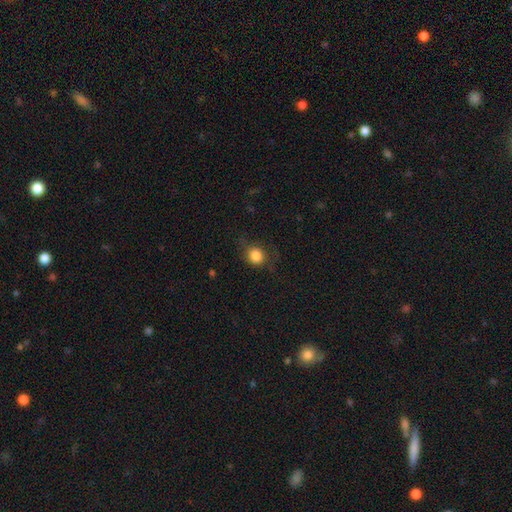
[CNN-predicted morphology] Smooth or featured? Predicted: smooth (p=0.83). How rounded? Predicted: round (p=0.78). Merging? Predicted: none (p=0.69).